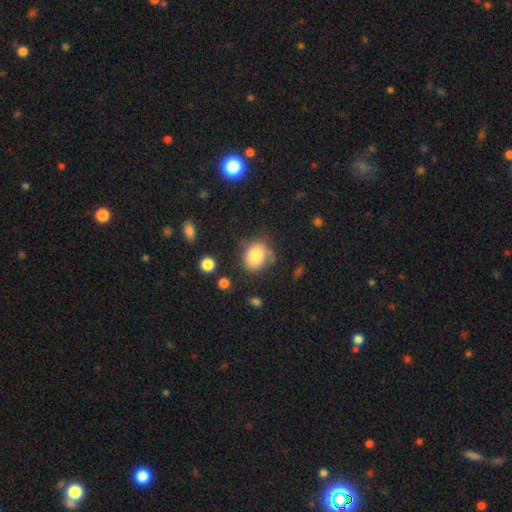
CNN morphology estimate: smooth_or_featured: smooth (p=0.81) [alt: featured or disk p=0.10]
how_rounded: round (p=0.53) [alt: in between p=0.46]
merging: none (p=0.63) [alt: minor disturbance p=0.24]